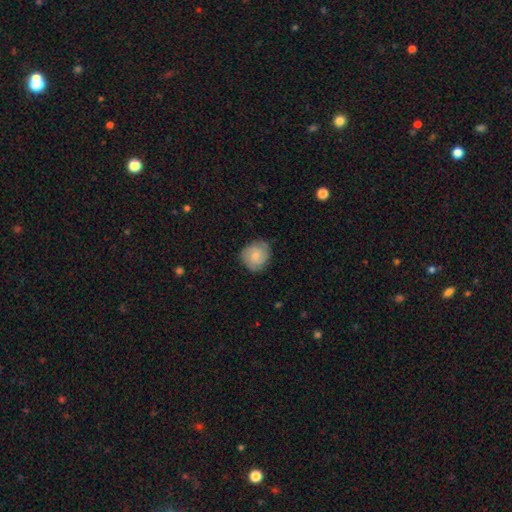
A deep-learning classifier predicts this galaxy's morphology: The model was most divided on "smooth or featured": smooth: 56%, featured or disk: 37%, star or artifact: 7%. More confident: how rounded — round (81%); merging — none (76%).